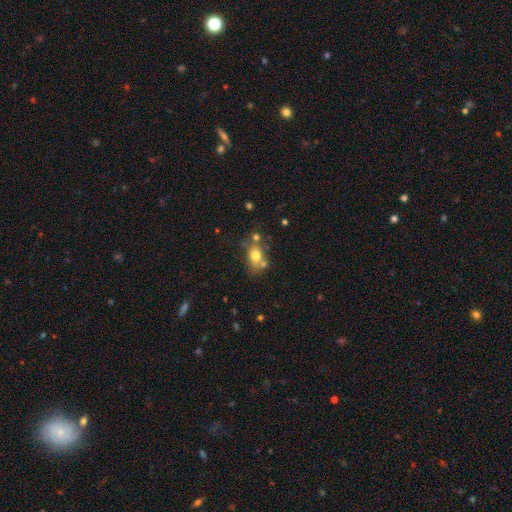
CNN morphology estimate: Overall: smooth (75%). How rounded: in between (63%; round 35%). Merging: none (54%; merger 23%).